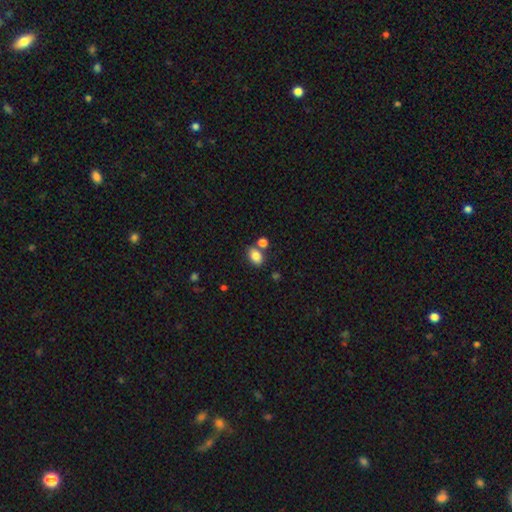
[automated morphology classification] type=smooth (84%); roundness=in between (79%); merging=none (65%).